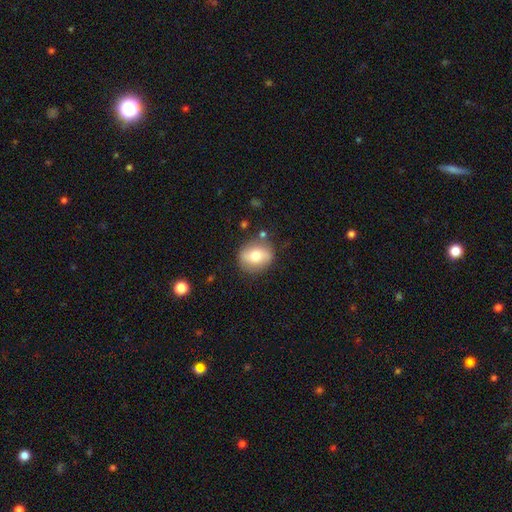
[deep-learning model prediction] smooth-or-featured: smooth: 66% | featured or disk: 26% | star or artifact: 8%
  how-rounded: round: 67% | in between: 32% | cigar-shaped: 2%
  merging: none: 78% | minor disturbance: 15% | major disturbance: 4% | merger: 3%